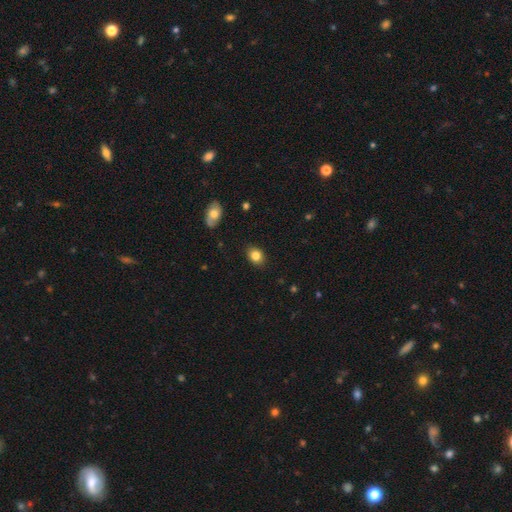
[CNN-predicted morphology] Overall: smooth (83%). How rounded: in between (60%; round 38%). Merging: none (88%).